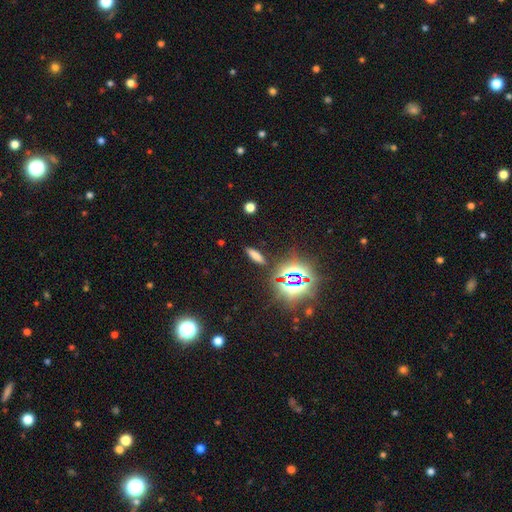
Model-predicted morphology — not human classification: Smooth or featured? smooth (62%)
How rounded? cigar-shaped (62%)
Merging? none (87%)